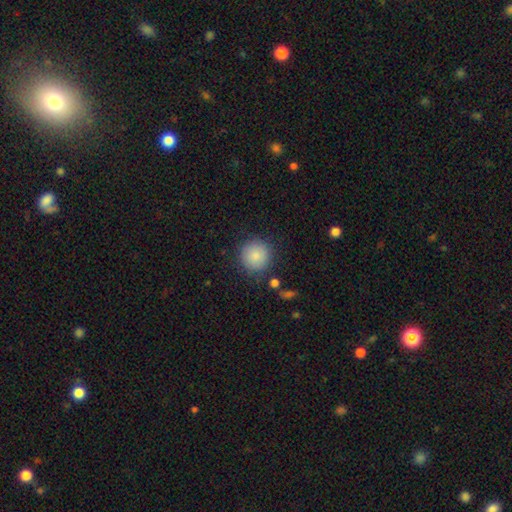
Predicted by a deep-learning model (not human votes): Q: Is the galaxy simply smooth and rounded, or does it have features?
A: smooth — 86%.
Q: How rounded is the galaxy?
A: round — 94%.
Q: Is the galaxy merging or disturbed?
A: none — 85%.